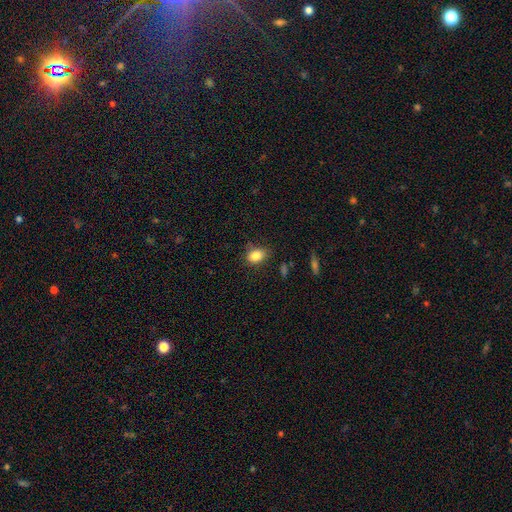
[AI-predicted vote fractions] Overall: smooth (85%). How rounded: in between (72%). Merging: none (73%).